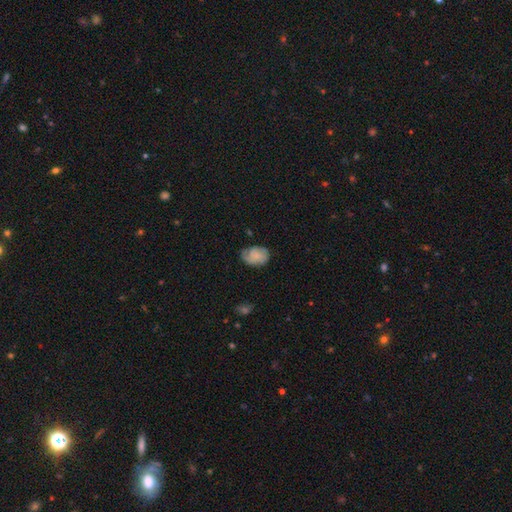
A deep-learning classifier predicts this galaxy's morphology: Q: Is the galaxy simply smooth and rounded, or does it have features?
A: smooth — 61%.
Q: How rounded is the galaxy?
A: in between — 72%.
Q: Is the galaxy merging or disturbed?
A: none — 59%.